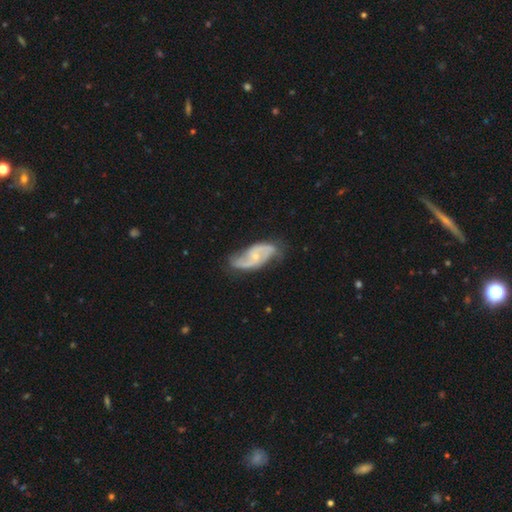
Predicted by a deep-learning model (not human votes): Smooth or featured: featured or disk — 84% (smooth — 11%)
Edge-on disk: no — 95% (yes — 5%)
Bar: no — 55% (weak — 36%)
Spiral arms: yes — 95% (no — 5%)
Spiral winding: medium — 44% (loose — 40%)
Spiral arm count: 2 — 86% (can't tell — 6%)
Bulge size: small — 68% (moderate — 26%)
Merging: none — 70% (minor disturbance — 21%)